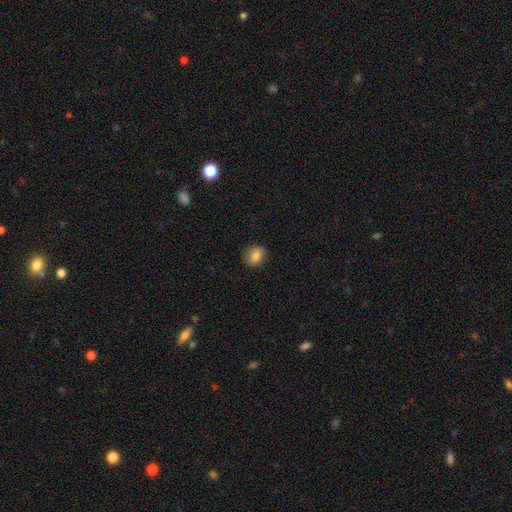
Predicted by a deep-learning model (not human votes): Overall: smooth (81%). How rounded: round (67%; in between 32%). Merging: none (83%).